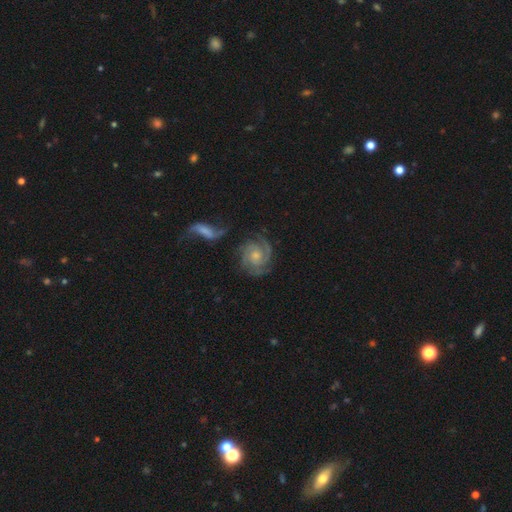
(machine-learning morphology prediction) This is clearly a featured or disk galaxy (88%). It is clearly not viewed edge-on (98%). Bar: likely no (69%). Spiral arm pattern: clearly yes (97%). Spiral arm count: marginally 2 (43%). Spiral winding: likely tight (62%). Central bulge: possibly moderate (49%). Merging: likely none (69%).